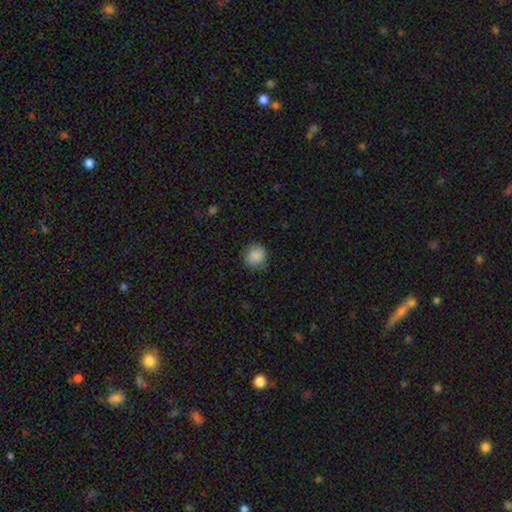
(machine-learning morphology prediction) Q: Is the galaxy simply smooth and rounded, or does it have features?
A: smooth — 88%.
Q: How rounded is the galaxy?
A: round — 86%.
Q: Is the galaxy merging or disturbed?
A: none — 79%.